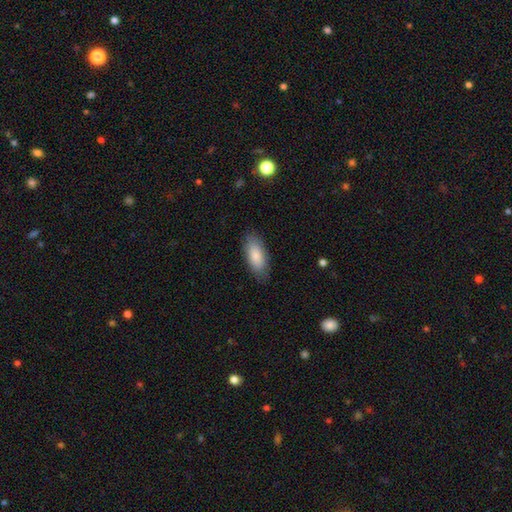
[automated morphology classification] The model was most divided on "merging": none: 84%, minor disturbance: 12%, major disturbance: 3%, merger: 1%. More confident: how rounded — in between (85%); smooth or featured — smooth (84%).